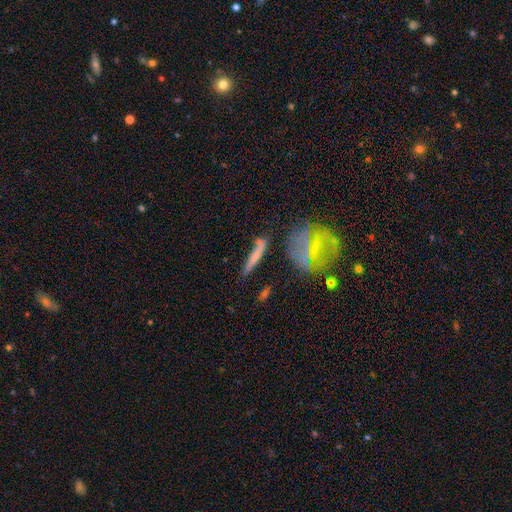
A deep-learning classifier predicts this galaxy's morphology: type=smooth (58%); roundness=cigar-shaped (89%); merging=none (66%).